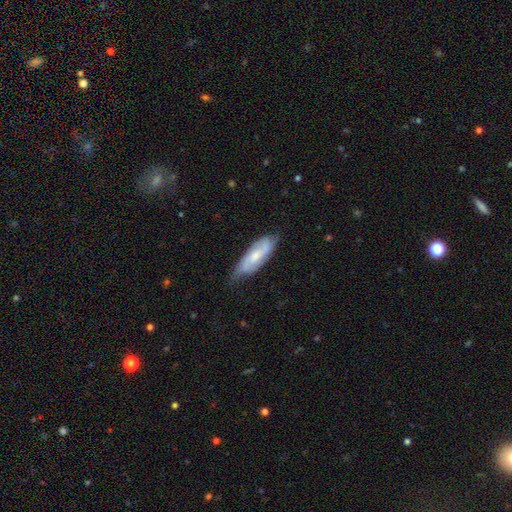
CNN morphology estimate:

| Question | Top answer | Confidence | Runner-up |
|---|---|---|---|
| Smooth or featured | featured or disk | 54% | smooth (40%) |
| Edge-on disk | no | 82% | yes (18%) |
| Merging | none | 66% | minor disturbance (27%) |